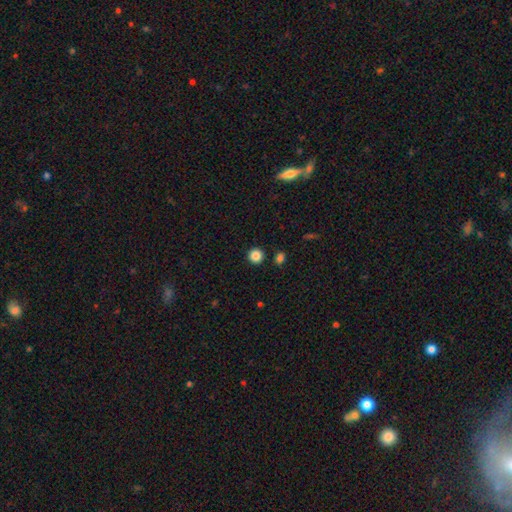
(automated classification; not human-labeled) smooth_or_featured: smooth (p=0.86) [alt: star or artifact p=0.11]
how_rounded: round (p=0.94) [alt: in between p=0.05]
merging: none (p=0.90) [alt: minor disturbance p=0.05]